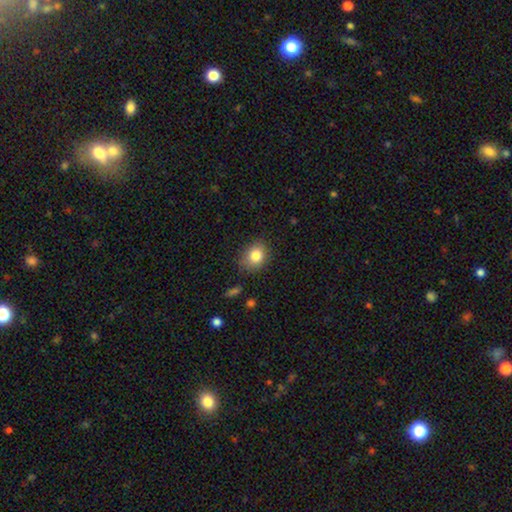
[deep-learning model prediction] smooth 83%, star or artifact 9%, featured or disk 8%. Down the decision tree: how rounded — round (51%); merging — none (78%).